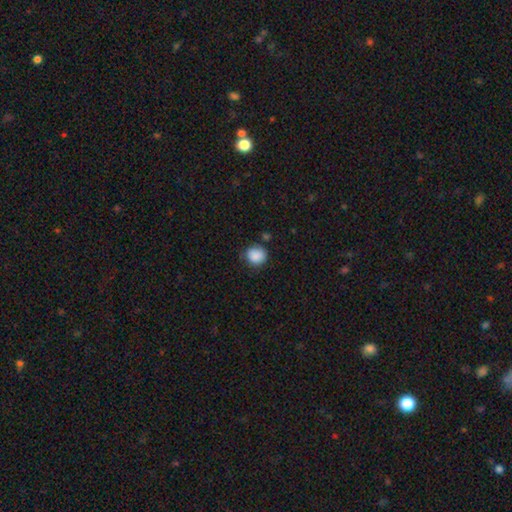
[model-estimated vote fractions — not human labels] This appears to be a smooth galaxy with no disk features (88%) that is round (81%). Merging: none (75%).